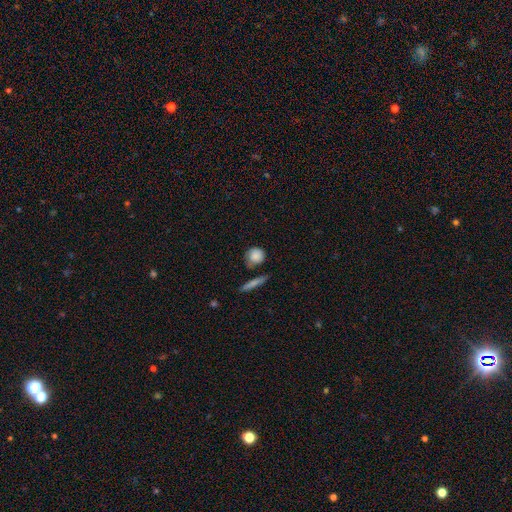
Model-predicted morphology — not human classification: A smooth galaxy with no disk features (83%) that is round (84%). Merging: none (68%).